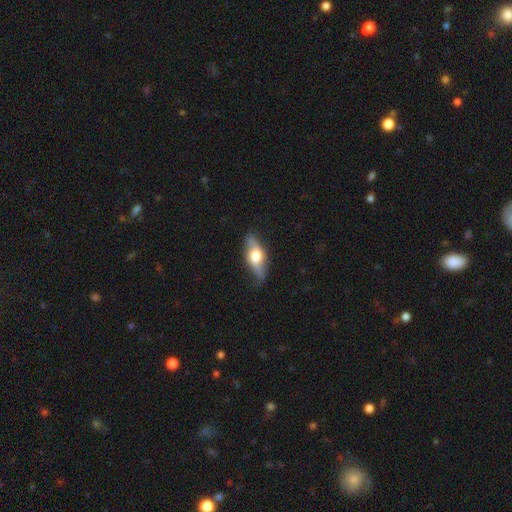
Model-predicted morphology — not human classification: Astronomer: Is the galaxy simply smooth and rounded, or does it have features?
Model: featured or disk — 54% (runner-up: smooth, 40%).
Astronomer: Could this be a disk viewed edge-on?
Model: yes — 75%.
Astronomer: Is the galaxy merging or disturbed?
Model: none — 75%.